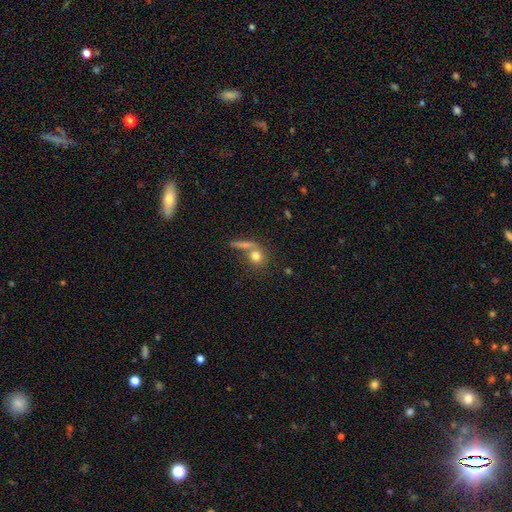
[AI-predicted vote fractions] Overall: smooth (76%). How rounded: round (77%). Merging: none (51%; merger 31%).